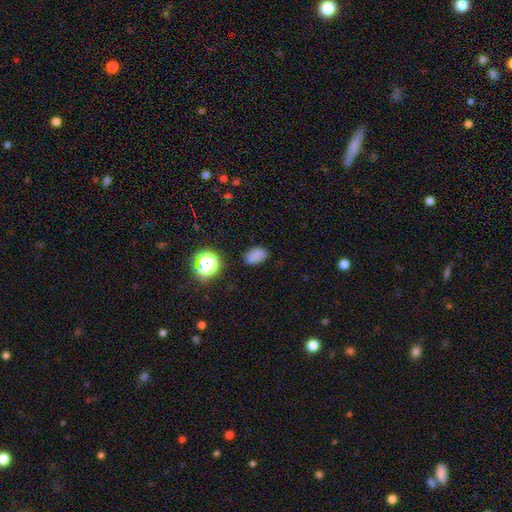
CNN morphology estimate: smooth-or-featured: smooth: 77% | star or artifact: 17% | featured or disk: 6%
  how-rounded: in between: 86% | round: 13% | cigar-shaped: 1%
  merging: none: 79% | minor disturbance: 15% | major disturbance: 4% | merger: 2%